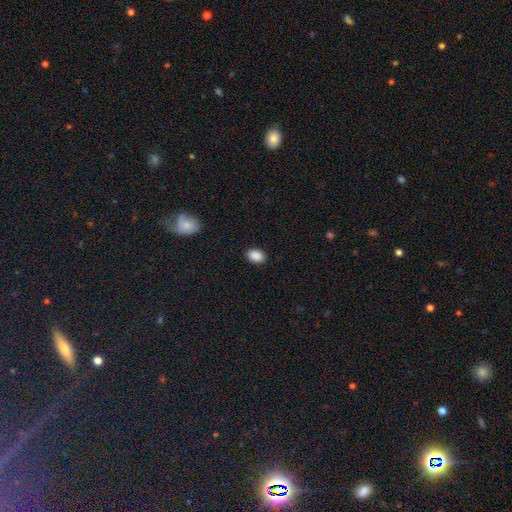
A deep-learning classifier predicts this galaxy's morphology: Smooth or featured?
  - smooth: 89% *
  - star or artifact: 8%
  - featured or disk: 3%
How rounded?
  - in between: 79% *
  - round: 20%
  - cigar-shaped: 1%
Merging?
  - none: 89% *
  - minor disturbance: 8%
  - major disturbance: 2%
  - merger: 1%